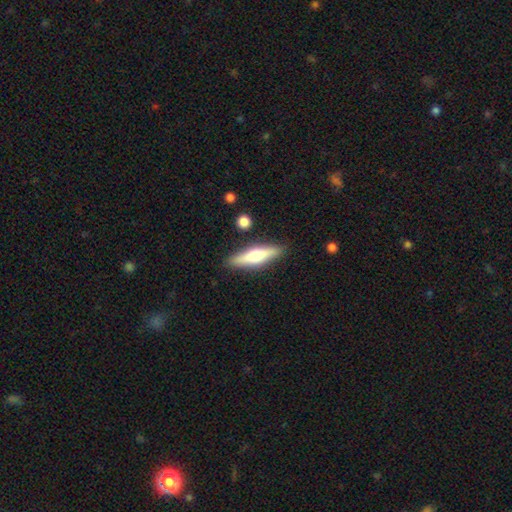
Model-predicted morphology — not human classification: smooth_or_featured: featured or disk (p=0.48) [alt: smooth p=0.46]
merging: none (p=0.88) [alt: minor disturbance p=0.08]